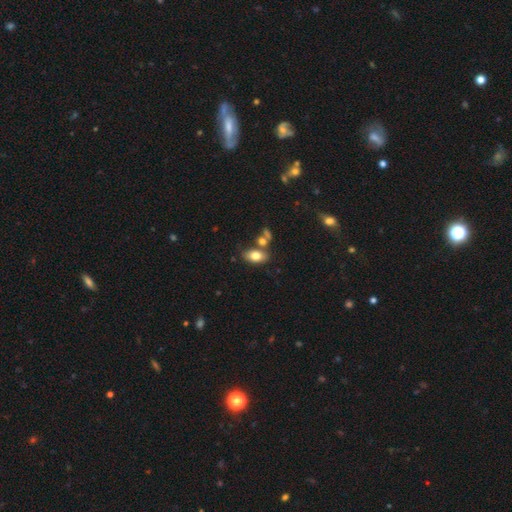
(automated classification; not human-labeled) Smooth or featured? smooth (78%)
How rounded? in between (89%)
Merging? none (62%)